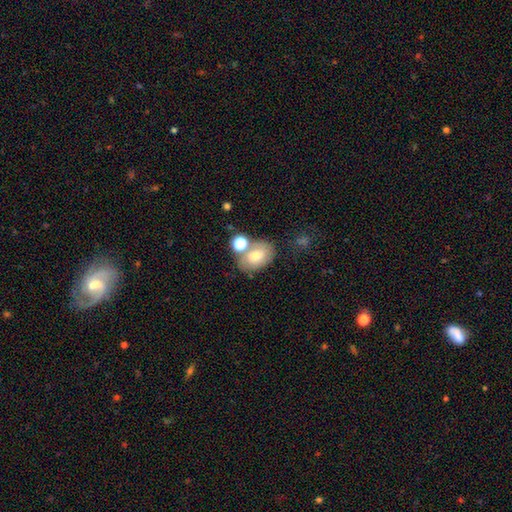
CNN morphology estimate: Smooth or featured? Predicted: smooth (p=0.72). How rounded? Predicted: in between (p=0.79). Merging? Predicted: none (p=0.55).